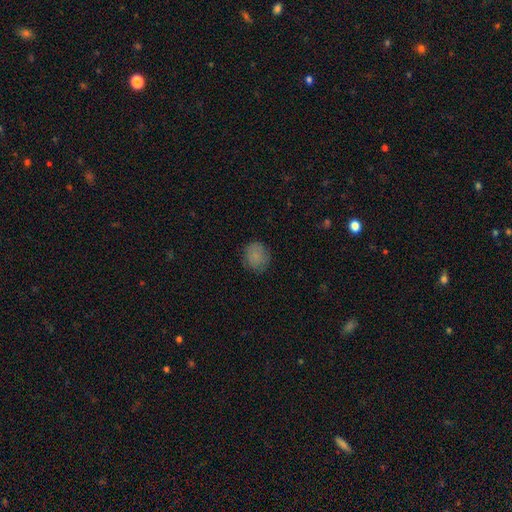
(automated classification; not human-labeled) smooth_or_featured: smooth (p=0.84) [alt: star or artifact p=0.09]
how_rounded: round (p=0.84) [alt: in between p=0.15]
merging: none (p=0.82) [alt: minor disturbance p=0.14]